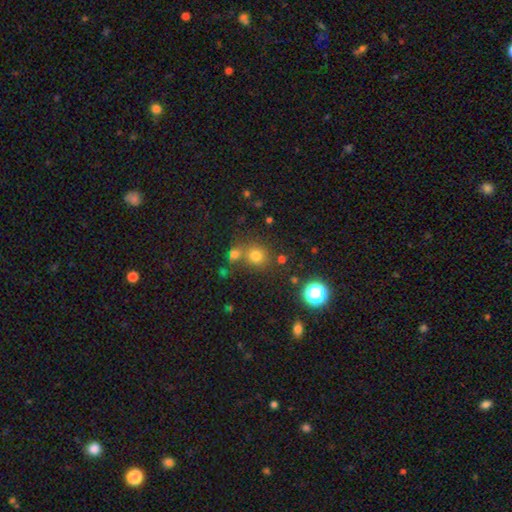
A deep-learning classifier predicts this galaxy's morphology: Q: Smooth or featured?
A: smooth (71%); runner-up: star or artifact (21%)
Q: How rounded?
A: round (86%); runner-up: in between (13%)
Q: Merging?
A: none (67%); runner-up: merger (20%)